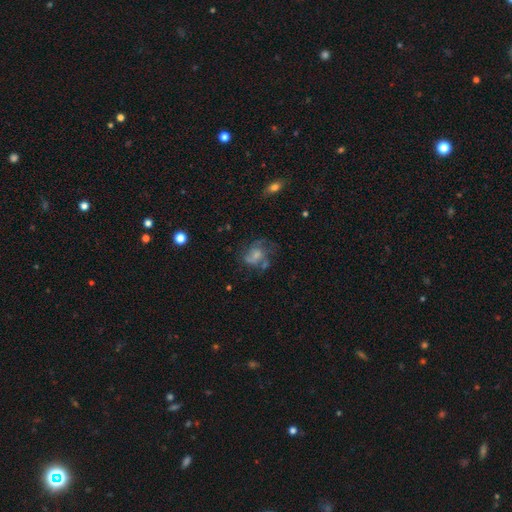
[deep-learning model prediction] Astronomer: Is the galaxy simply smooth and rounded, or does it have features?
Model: featured or disk — 49% (runner-up: smooth, 40%).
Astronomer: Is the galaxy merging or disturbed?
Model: none — 36% (runner-up: major disturbance, 30%).